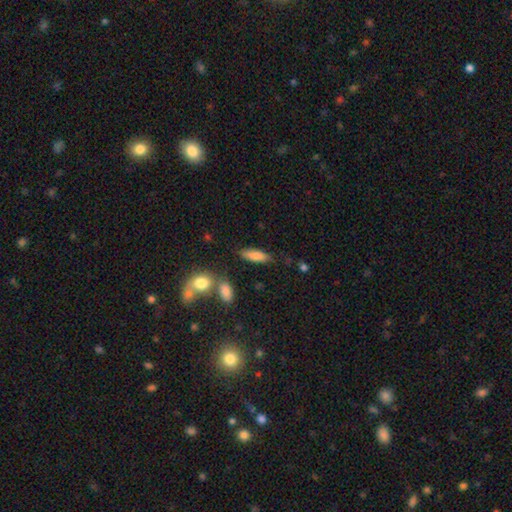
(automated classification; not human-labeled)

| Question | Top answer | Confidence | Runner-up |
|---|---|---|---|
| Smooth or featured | smooth | 81% | featured or disk (12%) |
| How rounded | in between | 53% | cigar-shaped (44%) |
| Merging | none | 75% | minor disturbance (14%) |